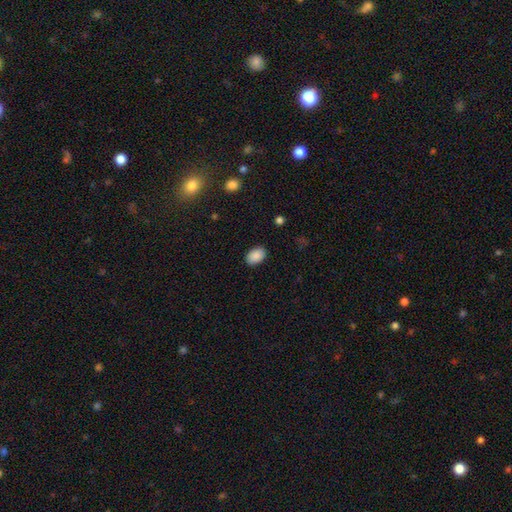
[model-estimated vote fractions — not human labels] Smooth or featured? Predicted: smooth (p=0.90). How rounded? Predicted: in between (p=0.87). Merging? Predicted: none (p=0.87).